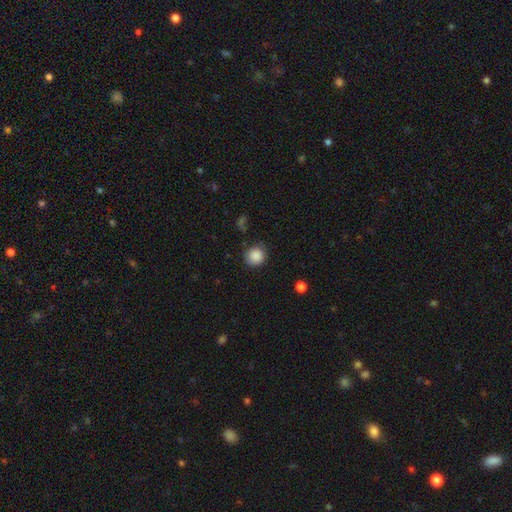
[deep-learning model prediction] A smooth galaxy with no disk features (87%) that is round (91%). Merging: none (84%).